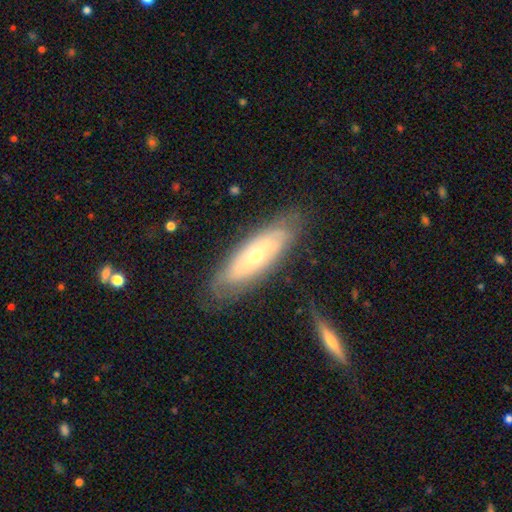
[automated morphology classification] Smooth or featured: featured or disk — 63% (smooth — 30%)
Edge-on disk: no — 73% (yes — 27%)
Merging: none — 76% (minor disturbance — 17%)